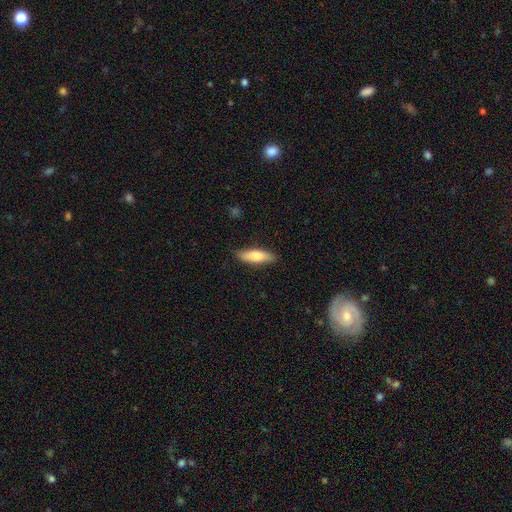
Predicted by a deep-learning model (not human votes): Overall: smooth (76%). How rounded: cigar-shaped (51%; in between 47%). Merging: none (85%).